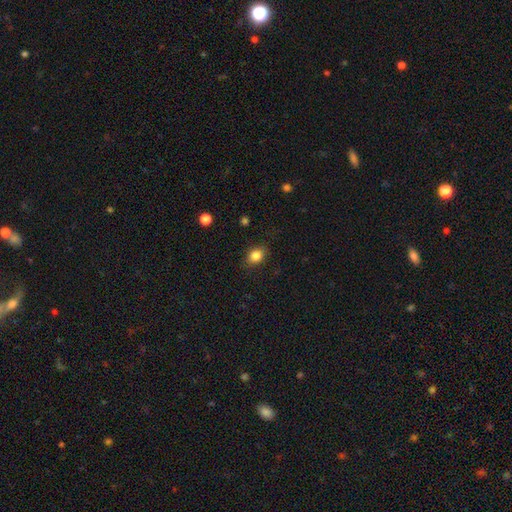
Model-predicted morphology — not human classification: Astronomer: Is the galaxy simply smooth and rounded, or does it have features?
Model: smooth — 84%.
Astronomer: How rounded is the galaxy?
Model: in between — 55% (runner-up: round, 43%).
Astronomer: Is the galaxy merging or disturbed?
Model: none — 84%.